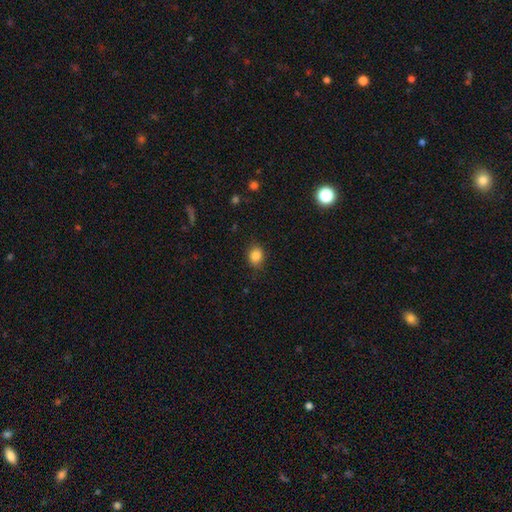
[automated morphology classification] A smooth galaxy with no disk features (86%) that is round (53%). Merging: none (85%).